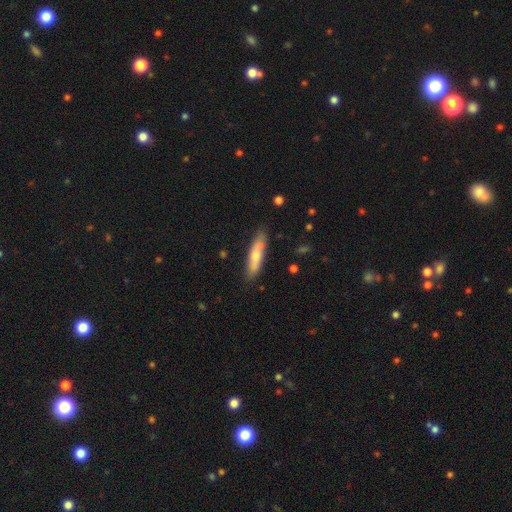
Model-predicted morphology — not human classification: This appears to be a smooth galaxy with no disk features (62%) that is cigar-shaped (74%). Merging: none (73%).